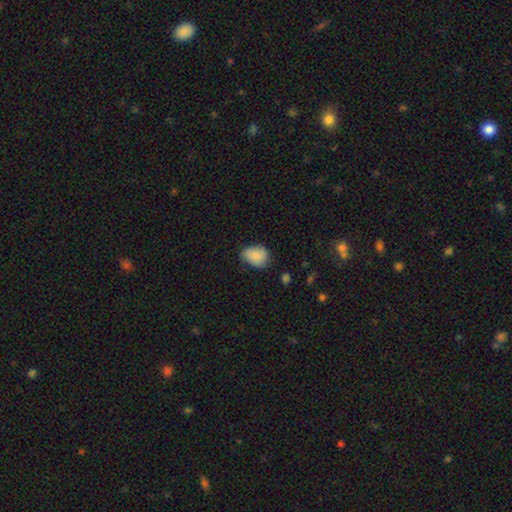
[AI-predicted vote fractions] smooth_or_featured: smooth (p=0.83) [alt: featured or disk p=0.10]
how_rounded: in between (p=0.66) [alt: round p=0.33]
merging: none (p=0.61) [alt: minor disturbance p=0.32]